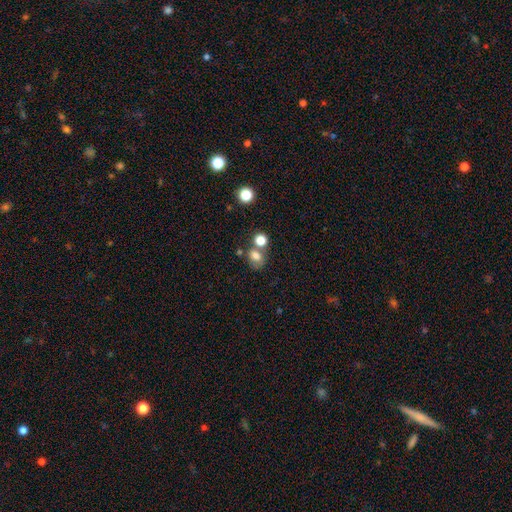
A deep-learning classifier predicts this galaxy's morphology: Q: Smooth or featured?
A: smooth (74%); runner-up: star or artifact (14%)
Q: How rounded?
A: in between (50%); runner-up: round (49%)
Q: Merging?
A: none (44%); runner-up: merger (35%)